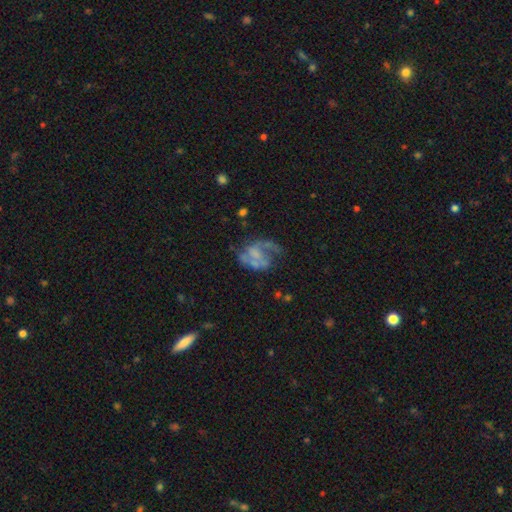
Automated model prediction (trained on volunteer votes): Smooth or featured: featured or disk — 70% (smooth — 21%)
Edge-on disk: no — 98% (yes — 2%)
Bar: no — 67% (weak — 26%)
Spiral arms: yes — 63% (no — 37%)
Bulge size: none — 53% (small — 22%)
Merging: none — 39% (major disturbance — 34%)